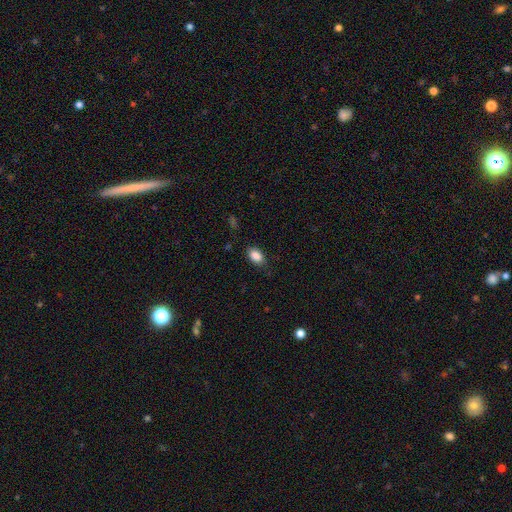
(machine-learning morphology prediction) smooth-or-featured: smooth: 87% | star or artifact: 8% | featured or disk: 4%
  how-rounded: in between: 89% | round: 9% | cigar-shaped: 2%
  merging: none: 83% | minor disturbance: 13% | major disturbance: 3% | merger: 1%